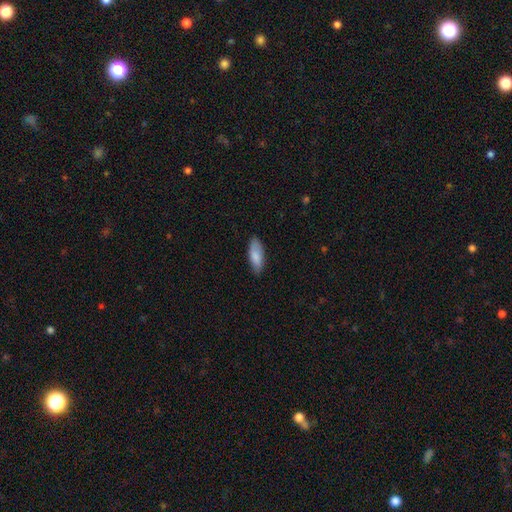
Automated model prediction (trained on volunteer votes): Morphology: type=smooth (85%); roundness=in between (77%); merging=none (82%).